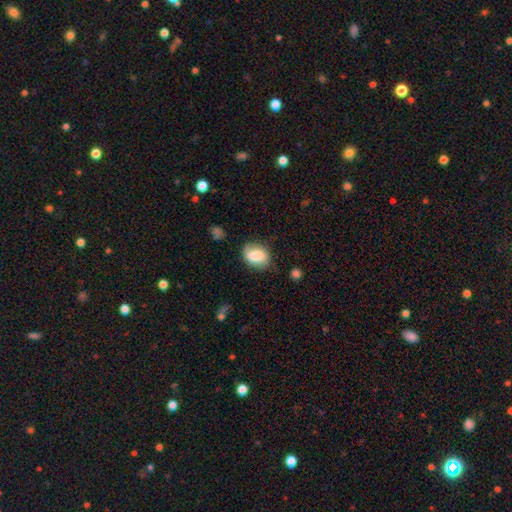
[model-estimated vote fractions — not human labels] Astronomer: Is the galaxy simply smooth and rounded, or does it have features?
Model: smooth — 72%.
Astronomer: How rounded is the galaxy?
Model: in between — 68%.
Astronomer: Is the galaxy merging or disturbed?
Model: none — 70%.